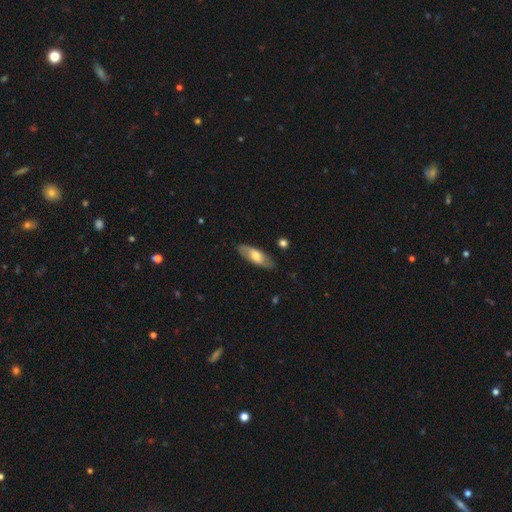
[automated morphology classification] A smooth galaxy with no disk features (50%). Merging: none (82%).